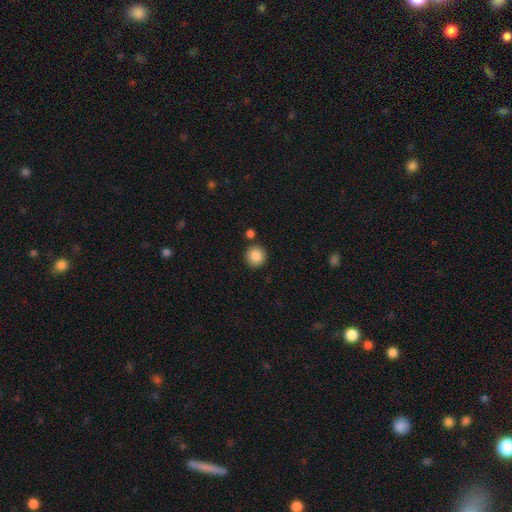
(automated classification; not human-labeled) smooth 87%, star or artifact 8%, featured or disk 4%. Down the decision tree: how rounded — round (94%); merging — none (87%).